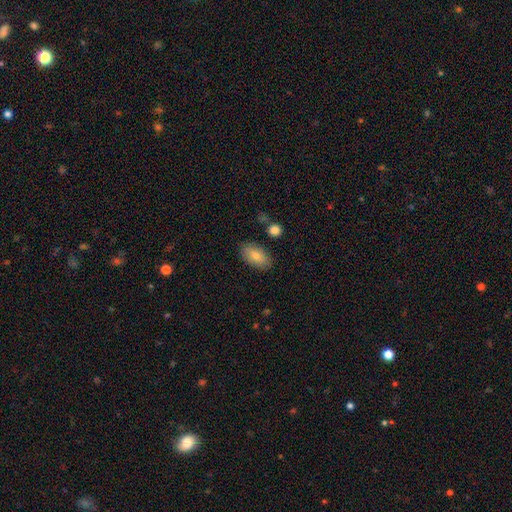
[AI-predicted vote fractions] A smooth galaxy with no disk features (77%) that is in between round and cigar-shaped (92%). Merging: none (86%).